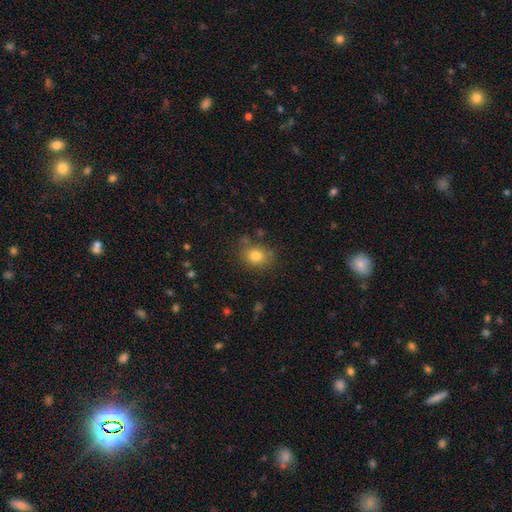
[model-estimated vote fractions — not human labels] smooth 80%, star or artifact 11%, featured or disk 9%. Down the decision tree: how rounded — round (56%); merging — none (76%).